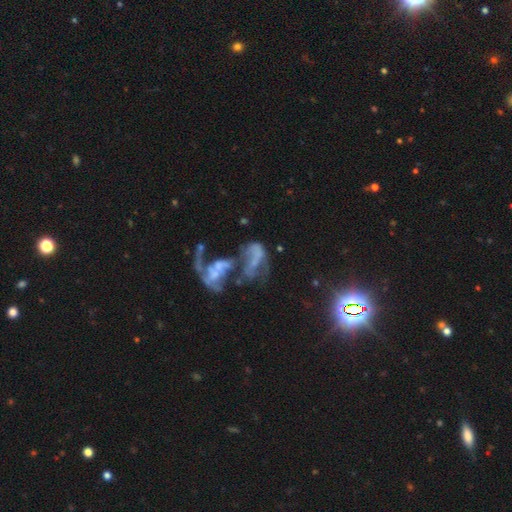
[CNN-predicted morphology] Smooth or featured?
  - featured or disk: 56% *
  - smooth: 28%
  - star or artifact: 16%
Edge-on disk?
  - no: 97% *
  - yes: 3%
Bar?
  - no: 76% *
  - weak: 16%
  - strong: 8%
Spiral arms?
  - no: 64% *
  - yes: 36%
Bulge size?
  - none: 66% *
  - small: 16%
  - moderate: 12%
  - large: 4%
  - dominant: 2%
Merging?
  - merger: 65% *
  - major disturbance: 22%
  - none: 8%
  - minor disturbance: 5%